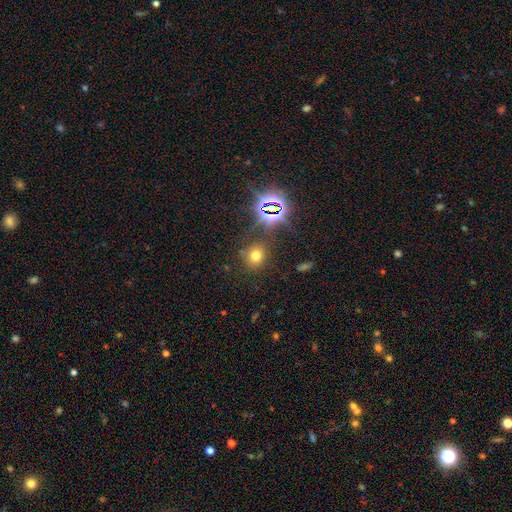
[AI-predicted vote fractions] Q: Smooth or featured?
A: smooth (63%); runner-up: star or artifact (28%)
Q: How rounded?
A: round (78%); runner-up: in between (21%)
Q: Merging?
A: none (81%); runner-up: minor disturbance (11%)